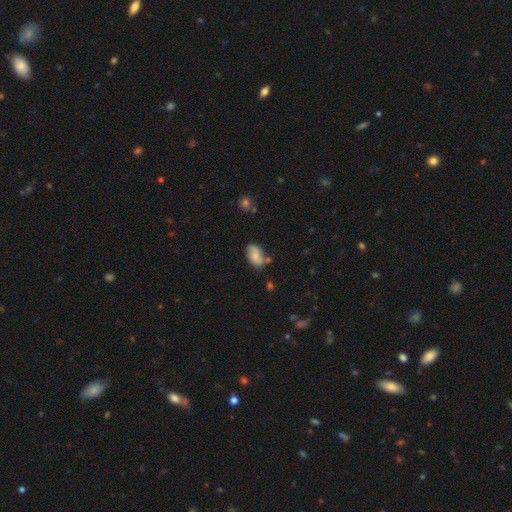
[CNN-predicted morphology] type=smooth (74%); roundness=in between (92%); merging=none (61%).